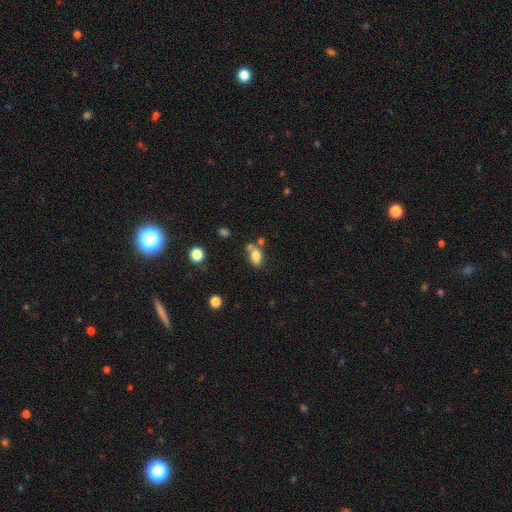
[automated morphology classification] A smooth galaxy with no disk features (79%) that is in between round and cigar-shaped (83%). Merging: none (50%).